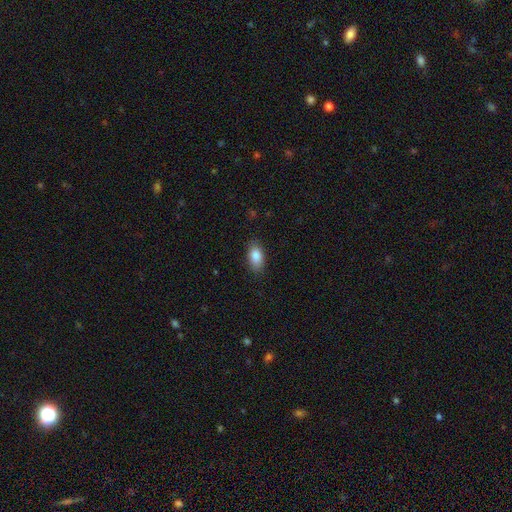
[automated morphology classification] Smooth or featured: smooth — 86% (star or artifact — 7%)
How rounded: in between — 91% (round — 5%)
Merging: none — 84% (minor disturbance — 12%)